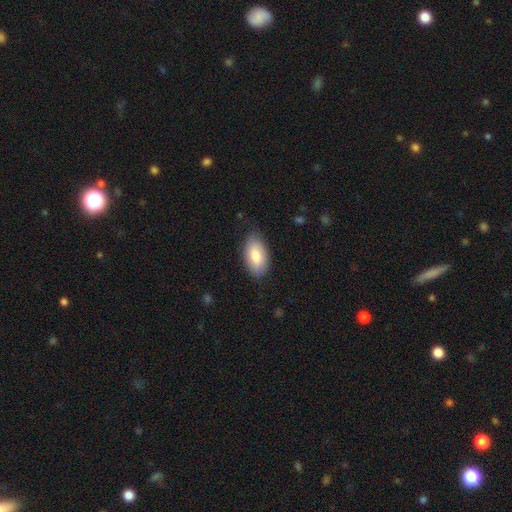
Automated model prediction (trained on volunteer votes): The model was most divided on "merging": none: 80%, minor disturbance: 16%, major disturbance: 3%, merger: 1%. More confident: how rounded — in between (94%); smooth or featured — smooth (82%).